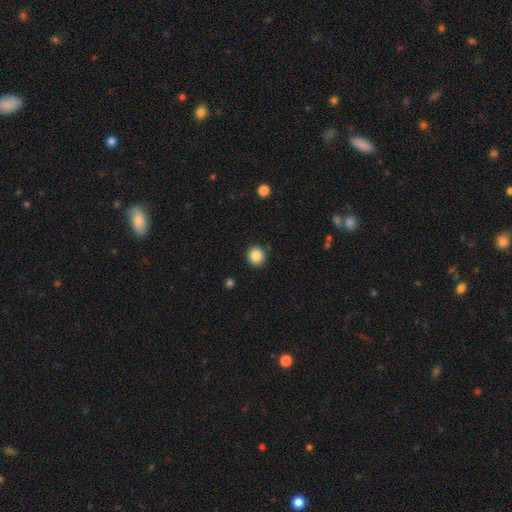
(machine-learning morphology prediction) The model was most divided on "smooth or featured": smooth: 86%, star or artifact: 10%, featured or disk: 4%. More confident: merging — none (89%); how rounded — round (89%).